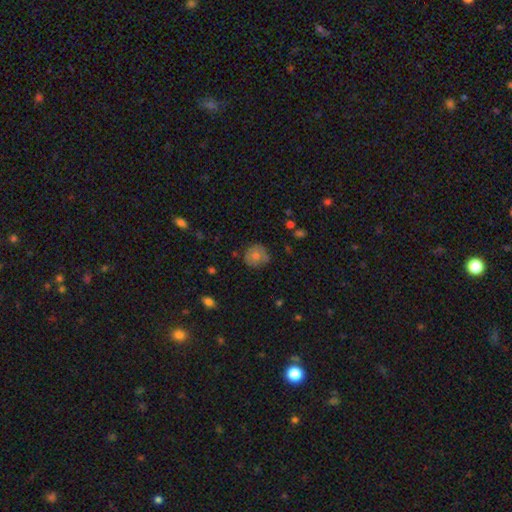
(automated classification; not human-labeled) Morphology: type=smooth (62%); roundness=round (89%); merging=none (77%).